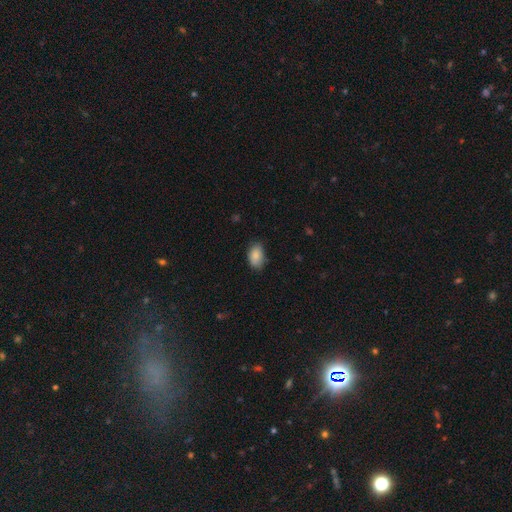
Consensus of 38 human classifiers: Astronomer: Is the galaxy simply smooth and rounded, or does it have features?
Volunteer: smooth — 95%.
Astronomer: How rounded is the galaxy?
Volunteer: in between — 89%.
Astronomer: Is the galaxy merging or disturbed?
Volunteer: none — 56% (runner-up: minor disturbance, 44%).